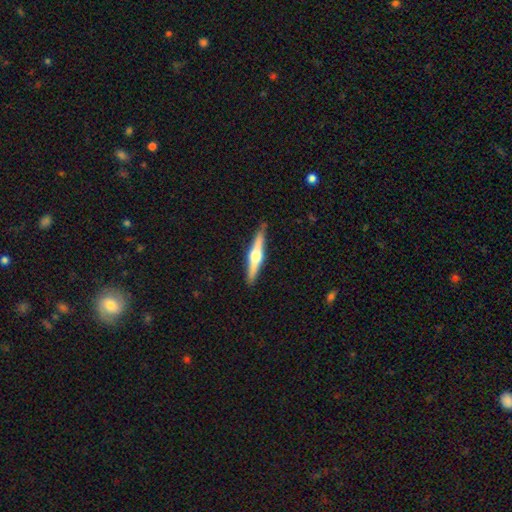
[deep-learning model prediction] A featured or disk galaxy (69%) viewed edge-on (98%) with a rounded central bulge (94%). Merging: none (88%).